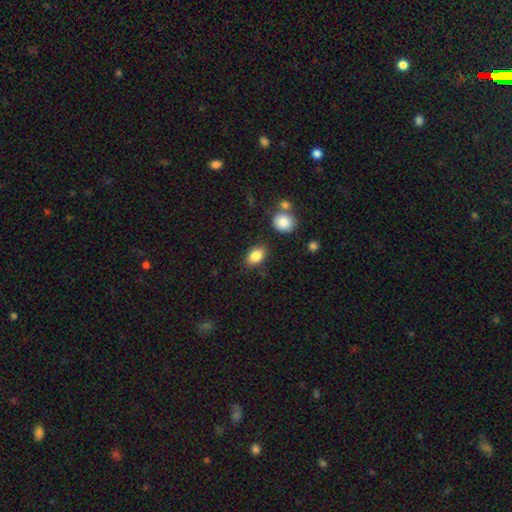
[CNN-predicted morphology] Smooth or featured? smooth (85%)
How rounded? in between (82%)
Merging? none (80%)